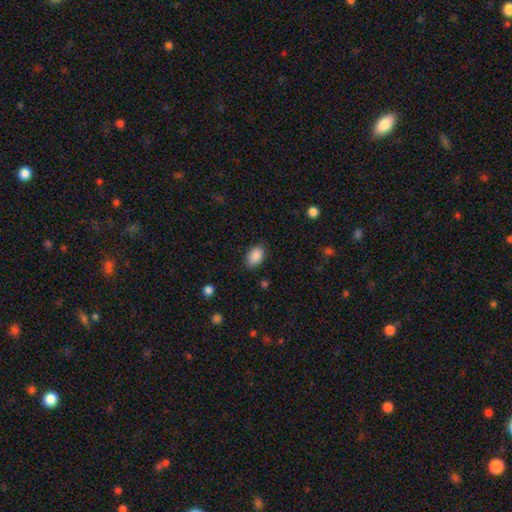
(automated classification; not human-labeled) smooth 89%, star or artifact 8%, featured or disk 3%. Down the decision tree: how rounded — in between (88%); merging — none (83%).